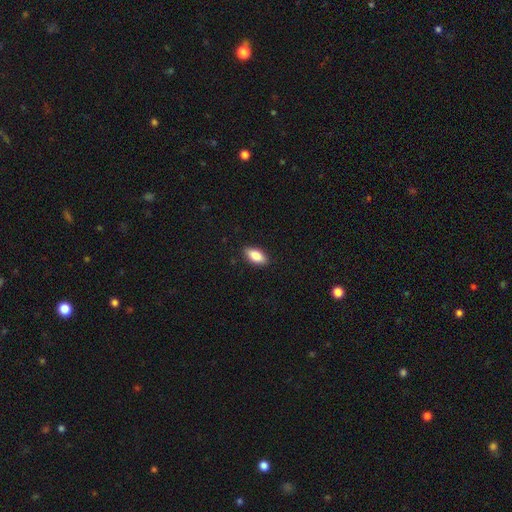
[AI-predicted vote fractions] Smooth or featured?
  - smooth: 86% *
  - featured or disk: 8%
  - star or artifact: 6%
How rounded?
  - in between: 90% *
  - cigar-shaped: 7%
  - round: 3%
Merging?
  - none: 88% *
  - minor disturbance: 9%
  - major disturbance: 2%
  - merger: 1%